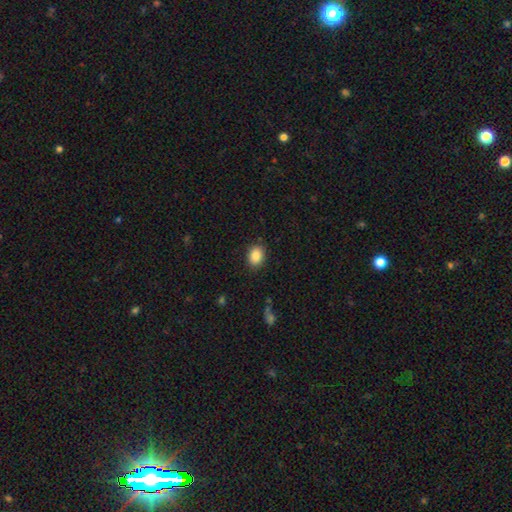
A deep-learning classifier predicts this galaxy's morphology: A smooth galaxy with no disk features (87%) that is in between round and cigar-shaped (67%).

Vote fractions:
- Smooth or featured? smooth: 87% / star or artifact: 9% / featured or disk: 4%
- How rounded? in between: 67% / round: 32% / cigar-shaped: 1%
- Merging? none: 87% / minor disturbance: 9% / major disturbance: 3% / merger: 1%